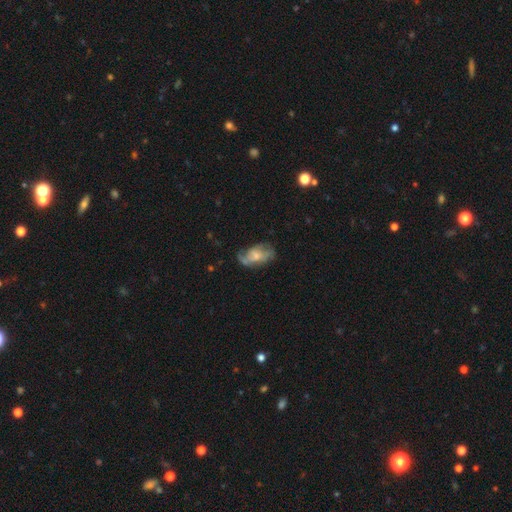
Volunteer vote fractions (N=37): A featured or disk galaxy (65%) with no bar (76%), 3 (36%, tied with can't tell) medium (79%) spiral arms (67%) and a small central bulge (57%).

Vote fractions:
- Smooth or featured? featured or disk: 65% / smooth: 35% / star or artifact: 0%
- Edge-on disk? no: 88% / yes: 12%
- Bar? no: 76% / weak: 24% / strong: 0%
- Spiral arms? yes: 67% / no: 33%
- Spiral winding? medium: 79% / tight: 14% / loose: 7%
- Spiral arm count? 3: 36% (tied) / can't tell: 36% (tied) / 2: 21% / 4: 7% / 1: 0% / more than 4: 0%
- Bulge size? small: 57% / moderate: 29% / none: 10% / large: 5% / dominant: 0%
- Merging? none: 54% / minor disturbance: 32% / major disturbance: 11% / merger: 3%